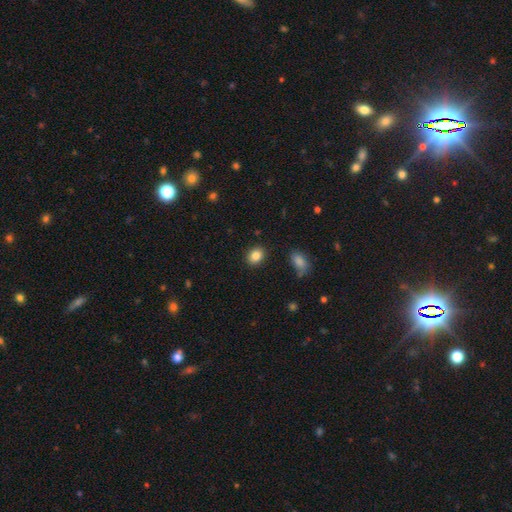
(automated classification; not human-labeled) This is clearly a smooth galaxy (85%). How rounded: possibly round (54%). Merging: clearly none (88%).